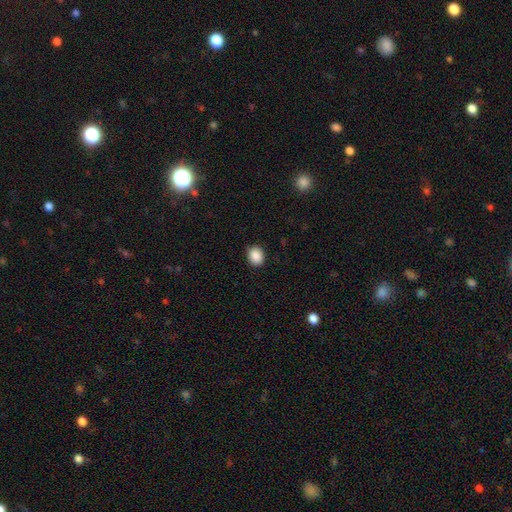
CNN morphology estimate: A smooth galaxy with no disk features (89%) that is round (53%).

Vote fractions:
- Smooth or featured? smooth: 89% / star or artifact: 8% / featured or disk: 3%
- How rounded? round: 53% / in between: 46% / cigar-shaped: 1%
- Merging? none: 87% / minor disturbance: 9% / major disturbance: 2% / merger: 1%